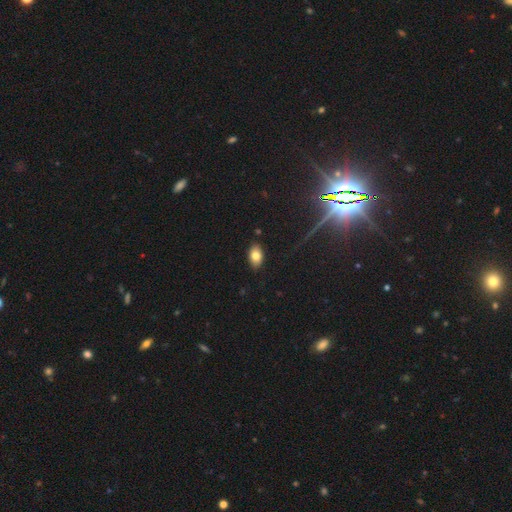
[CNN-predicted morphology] Smooth or featured?
  - smooth: 79% *
  - featured or disk: 12%
  - star or artifact: 9%
How rounded?
  - in between: 91% *
  - round: 7%
  - cigar-shaped: 2%
Merging?
  - none: 87% *
  - minor disturbance: 10%
  - major disturbance: 2%
  - merger: 1%